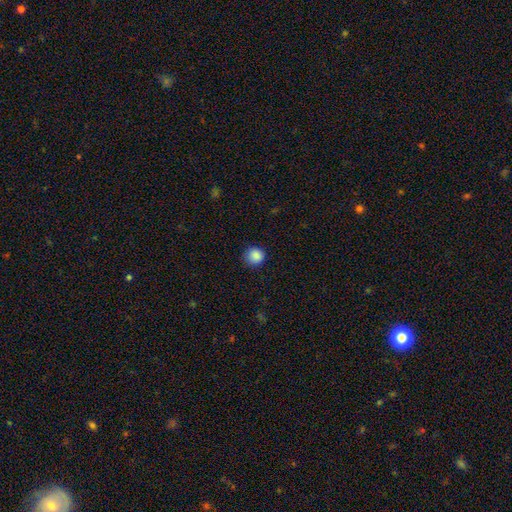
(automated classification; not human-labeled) Smooth or featured: smooth — 87% (star or artifact — 10%)
How rounded: round — 92% (in between — 7%)
Merging: none — 84% (minor disturbance — 12%)